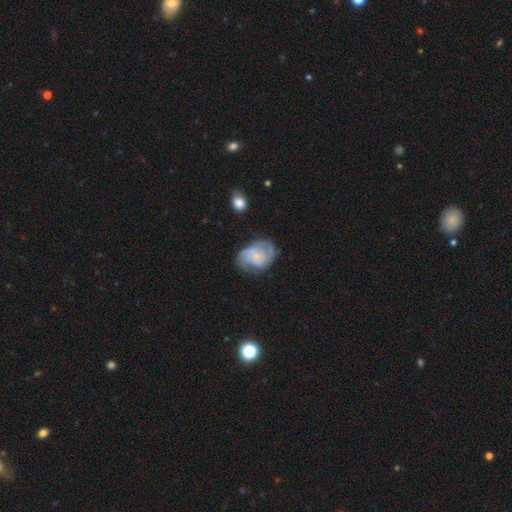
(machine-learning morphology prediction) Overall: featured or disk (69%). Edge-on disk: no (98%). Bar: no (64%; weak 30%). Spiral arms: yes (90%). Spiral arm count: 2 (55%; can't tell 20%). Spiral winding: medium (44%; tight 37%). Bulge size: small (49%; none 33%). Merging: none (58%; minor disturbance 25%).